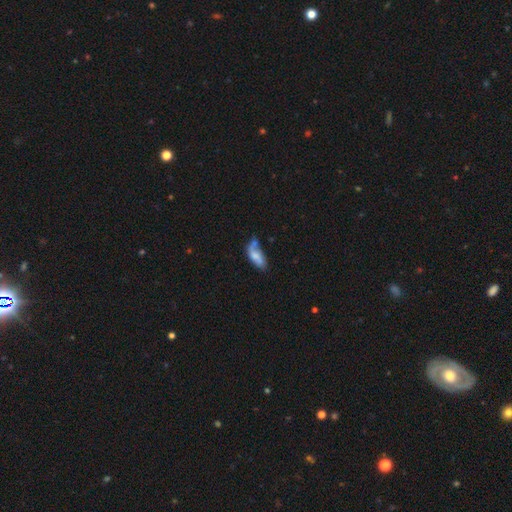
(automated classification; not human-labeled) Q: Smooth or featured?
A: smooth (57%); runner-up: featured or disk (34%)
Q: How rounded?
A: in between (81%); runner-up: cigar-shaped (16%)
Q: Merging?
A: none (33%); runner-up: minor disturbance (28%)